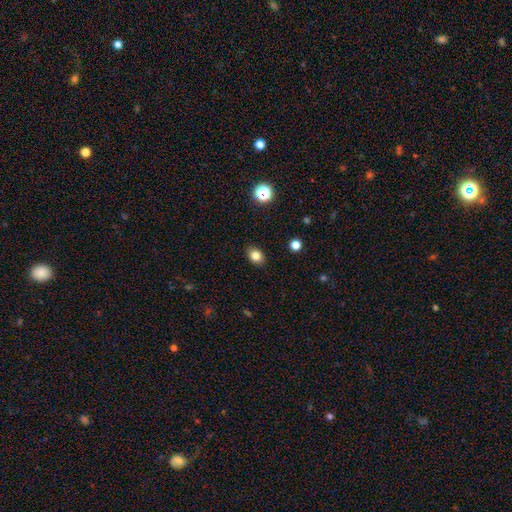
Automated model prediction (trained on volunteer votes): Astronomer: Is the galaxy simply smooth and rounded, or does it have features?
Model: smooth — 82%.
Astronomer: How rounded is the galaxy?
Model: in between — 64%.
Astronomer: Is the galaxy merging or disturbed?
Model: none — 88%.